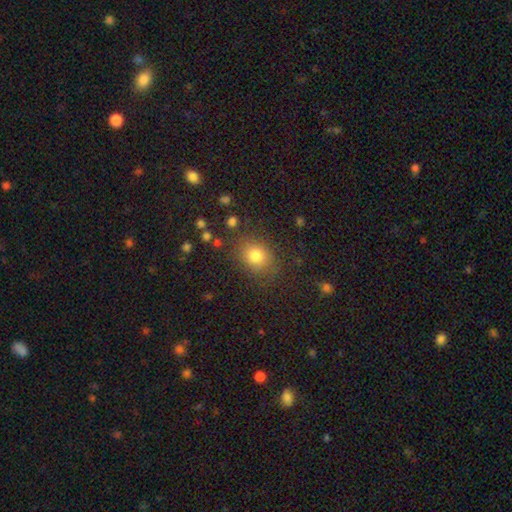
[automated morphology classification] Smooth or featured: smooth — 79% (star or artifact — 13%)
How rounded: round — 53% (in between — 46%)
Merging: none — 81% (minor disturbance — 12%)